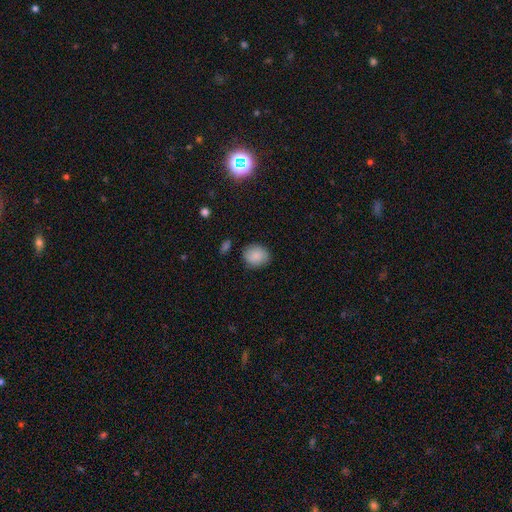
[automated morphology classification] Q: Smooth or featured?
A: smooth (88%); runner-up: star or artifact (7%)
Q: How rounded?
A: round (72%); runner-up: in between (27%)
Q: Merging?
A: none (83%); runner-up: minor disturbance (12%)